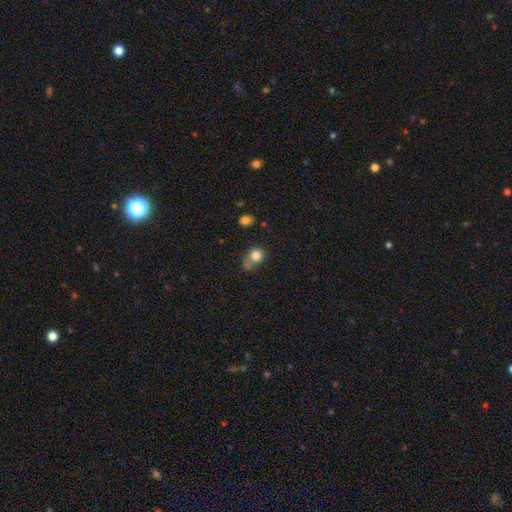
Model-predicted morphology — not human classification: Smooth or featured? smooth (80%)
How rounded? round (75%)
Merging? none (44%)